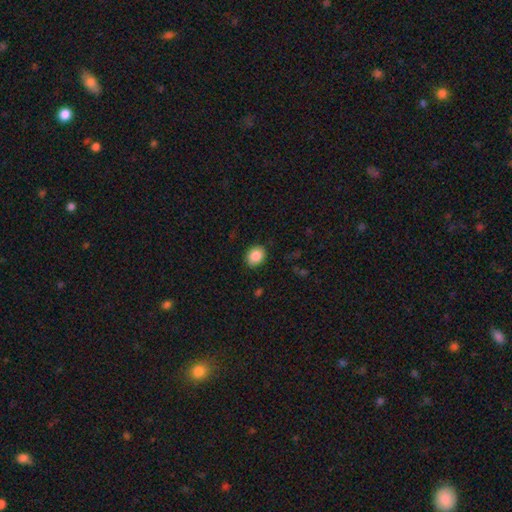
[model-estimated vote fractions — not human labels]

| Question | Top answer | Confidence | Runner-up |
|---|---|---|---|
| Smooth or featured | smooth | 88% | star or artifact (8%) |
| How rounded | round | 50% | in between (49%) |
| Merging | none | 85% | minor disturbance (11%) |